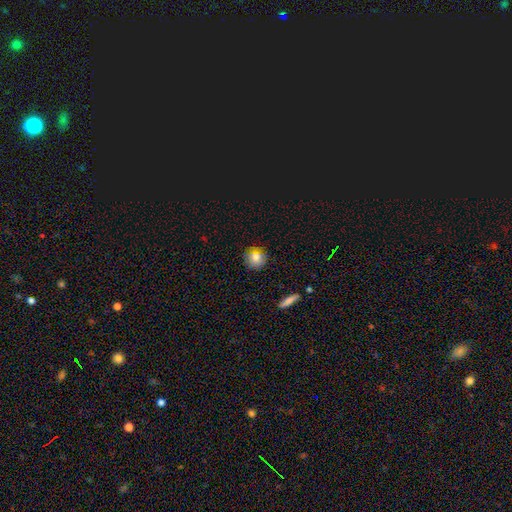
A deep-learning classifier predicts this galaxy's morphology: smooth-or-featured: smooth: 80% | star or artifact: 11% | featured or disk: 9%
  how-rounded: round: 91% | in between: 8% | cigar-shaped: 1%
  merging: none: 86% | minor disturbance: 10% | major disturbance: 2% | merger: 1%